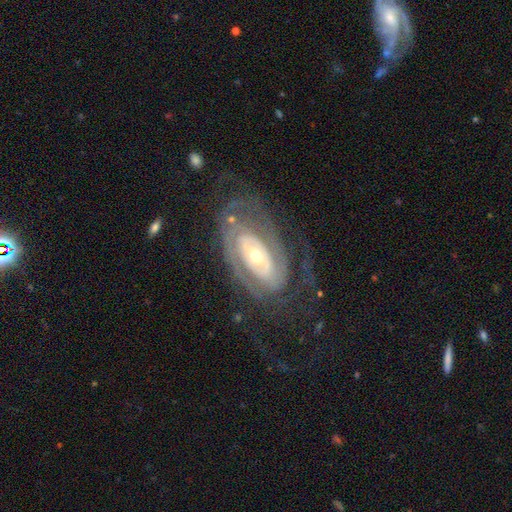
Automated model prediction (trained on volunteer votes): This appears to be a featured or disk galaxy (82%) with no bar (66%), tight (63%) spiral arms (73%) and a moderate central bulge (49%). Merging: none (59%).